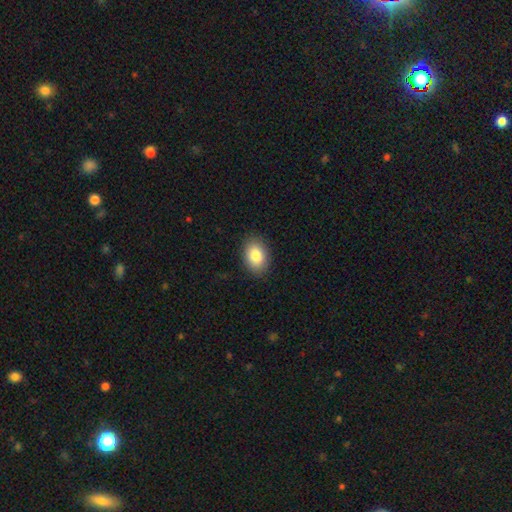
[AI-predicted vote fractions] The model was most divided on "how rounded": in between: 80%, round: 18%, cigar-shaped: 1%. More confident: merging — none (89%); smooth or featured — smooth (84%).